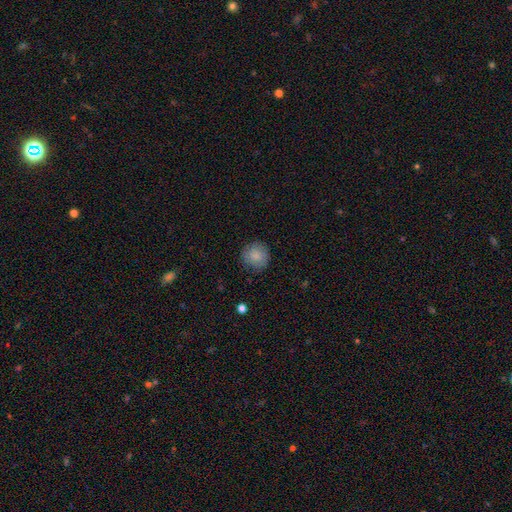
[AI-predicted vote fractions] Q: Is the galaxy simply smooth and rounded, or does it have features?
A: smooth — 85%.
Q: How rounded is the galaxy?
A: round — 92%.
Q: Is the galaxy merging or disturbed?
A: none — 85%.